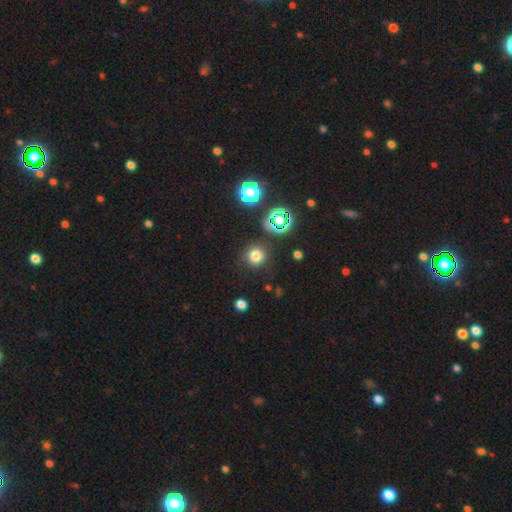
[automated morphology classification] Smooth or featured? Predicted: smooth (p=0.73). How rounded? Predicted: round (p=0.93). Merging? Predicted: none (p=0.87).